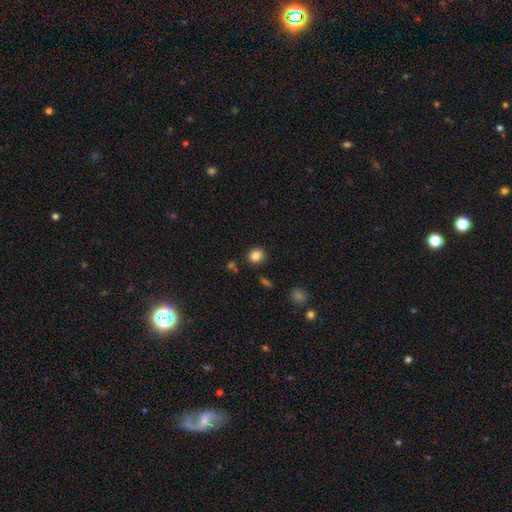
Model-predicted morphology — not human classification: smooth-or-featured: smooth: 85% | star or artifact: 11% | featured or disk: 4%
  how-rounded: round: 76% | in between: 23% | cigar-shaped: 1%
  merging: none: 84% | minor disturbance: 9% | merger: 4% | major disturbance: 3%